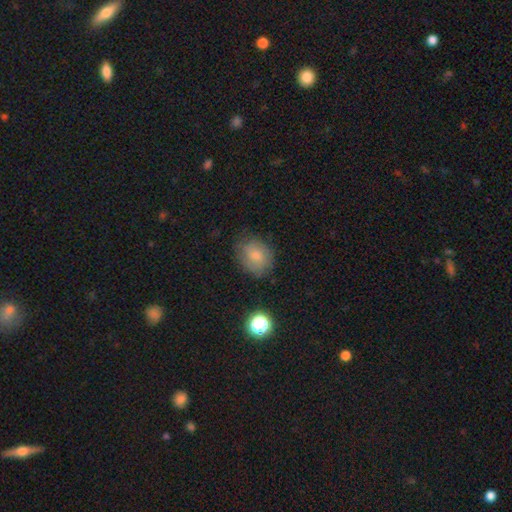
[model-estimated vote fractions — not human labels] Q: Smooth or featured?
A: smooth (72%); runner-up: featured or disk (18%)
Q: How rounded?
A: round (53%); runner-up: in between (46%)
Q: Merging?
A: none (71%); runner-up: minor disturbance (21%)